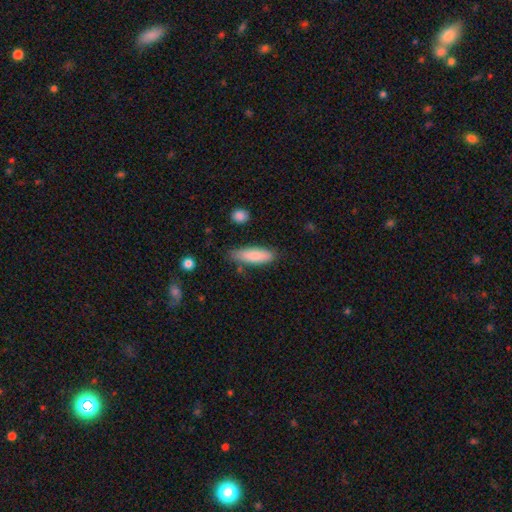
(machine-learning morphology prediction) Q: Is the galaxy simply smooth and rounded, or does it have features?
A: smooth — 85%.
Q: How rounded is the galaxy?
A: cigar-shaped — 50%.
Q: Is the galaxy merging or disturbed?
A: none — 77%.